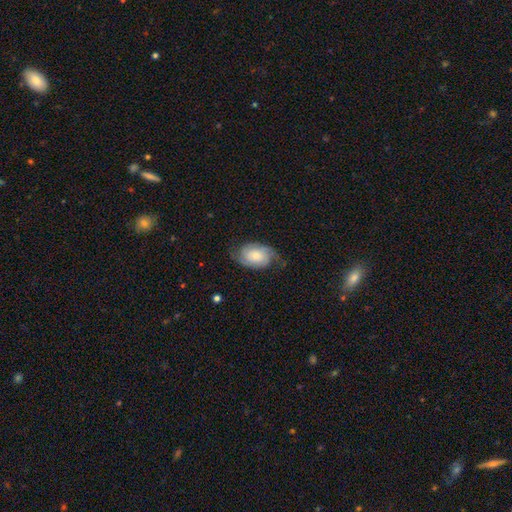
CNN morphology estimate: This is likely a featured or disk galaxy (61%). It is clearly not viewed edge-on (96%). Bar: likely no (73%). Spiral arm pattern: clearly yes (91%). Spiral arm count: likely 2 (71%). Spiral winding: marginally tight (43%). Central bulge: marginally moderate (43%). Merging: likely none (64%).